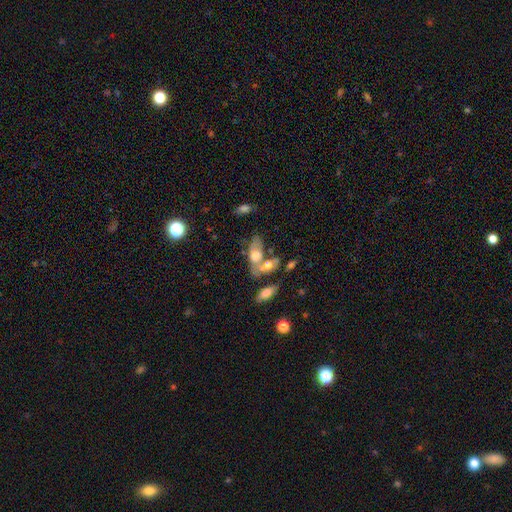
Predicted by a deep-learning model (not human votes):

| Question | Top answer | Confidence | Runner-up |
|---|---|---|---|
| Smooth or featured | smooth | 45% | featured or disk (43%) |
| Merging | merger | 42% | none (31%) |